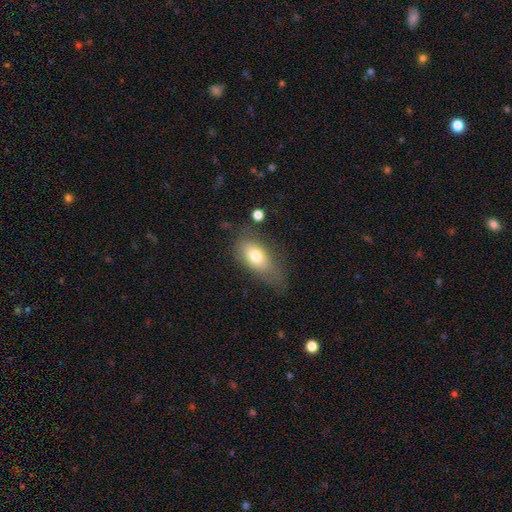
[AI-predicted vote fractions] smooth 72%, featured or disk 20%, star or artifact 8%. Down the decision tree: how rounded — in between (86%); merging — none (55%).